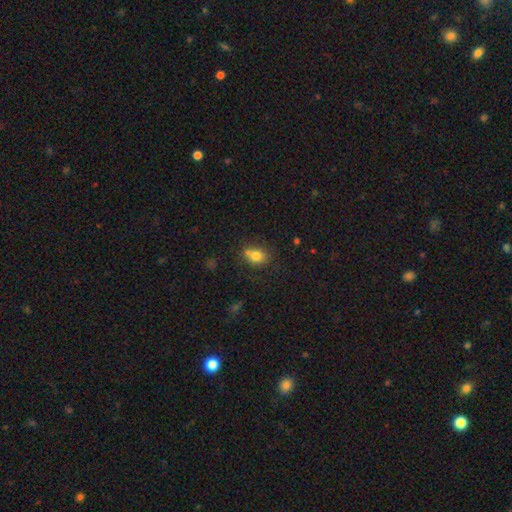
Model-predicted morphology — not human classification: type=smooth (77%); roundness=in between (51%); merging=none (55%).